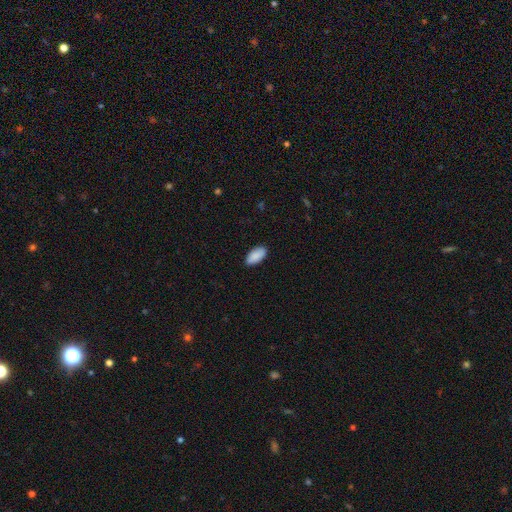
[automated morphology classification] smooth-or-featured: smooth: 90% | star or artifact: 6% | featured or disk: 4%
  how-rounded: in between: 94% | cigar-shaped: 4% | round: 2%
  merging: none: 89% | minor disturbance: 8% | major disturbance: 2% | merger: 1%